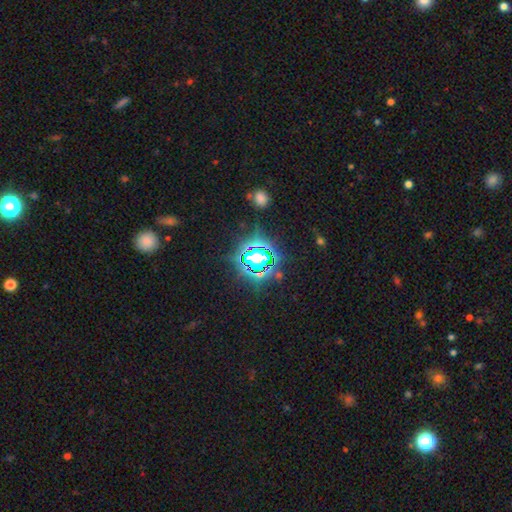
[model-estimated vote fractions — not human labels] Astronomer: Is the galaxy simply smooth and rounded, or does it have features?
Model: star or artifact — 74%.